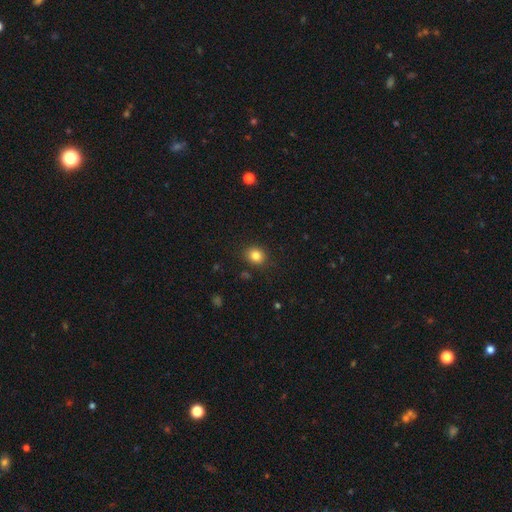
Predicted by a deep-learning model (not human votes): smooth_or_featured: smooth (p=0.83) [alt: star or artifact p=0.11]
how_rounded: round (p=0.69) [alt: in between p=0.30]
merging: none (p=0.88) [alt: minor disturbance p=0.08]